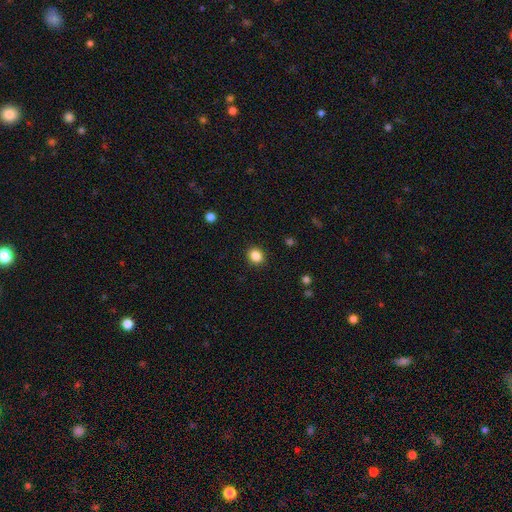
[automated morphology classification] type=smooth (85%); roundness=round (74%); merging=none (91%).